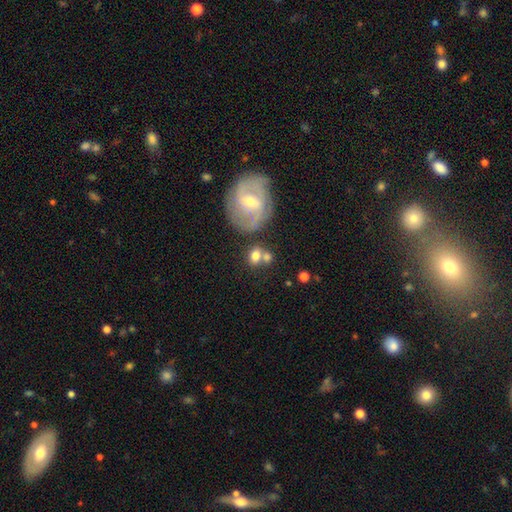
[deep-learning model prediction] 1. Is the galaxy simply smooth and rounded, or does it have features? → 69% smooth, 22% featured or disk, 9% star or artifact.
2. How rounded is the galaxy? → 54% round, 44% in between, 2% cigar-shaped.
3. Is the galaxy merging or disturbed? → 45% none, 34% merger, 14% minor disturbance, 7% major disturbance.